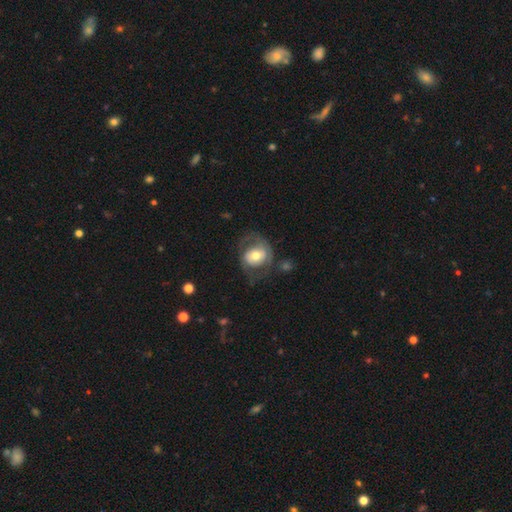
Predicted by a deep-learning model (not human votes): smooth-or-featured: featured or disk: 51% | smooth: 43% | star or artifact: 6%
  disk-edge-on: no: 96% | yes: 4%
  merging: none: 50% | major disturbance: 25% | minor disturbance: 21% | merger: 3%